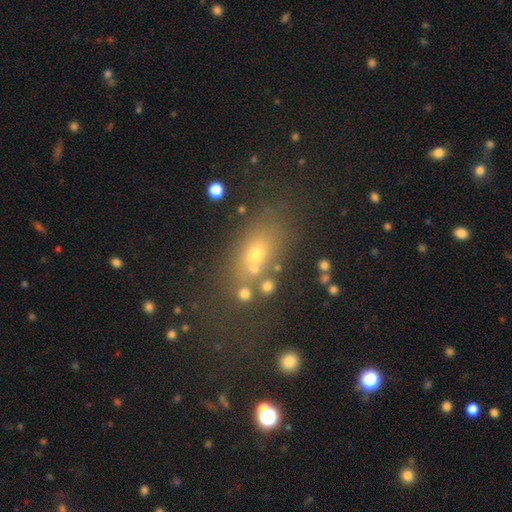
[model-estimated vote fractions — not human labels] Morphology: type=smooth (61%); roundness=in between (68%); merging=none (62%).